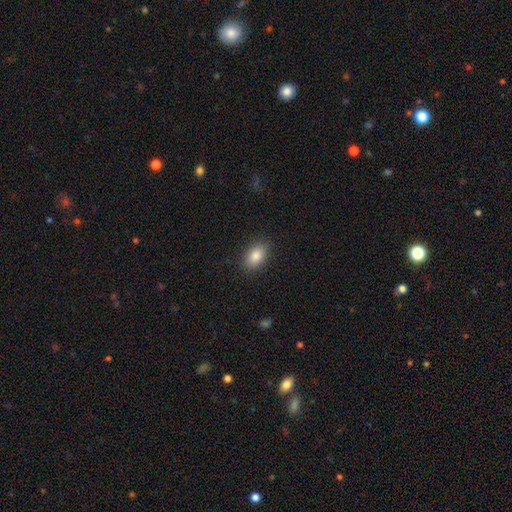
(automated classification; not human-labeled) smooth-or-featured: smooth: 86% | star or artifact: 8% | featured or disk: 6%
  how-rounded: in between: 90% | round: 8% | cigar-shaped: 2%
  merging: none: 88% | minor disturbance: 9% | major disturbance: 2% | merger: 1%